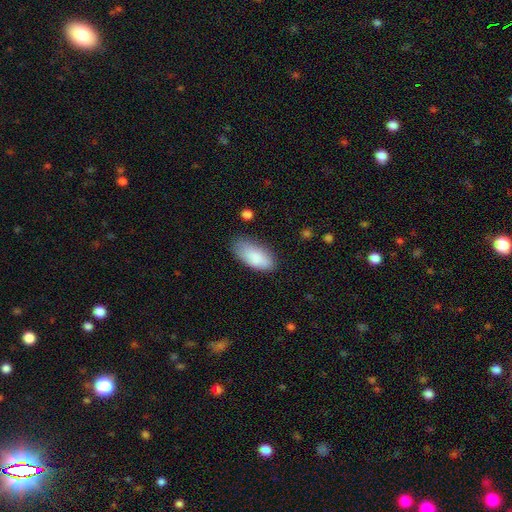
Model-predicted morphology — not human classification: smooth_or_featured: smooth (p=0.87) [alt: featured or disk p=0.07]
how_rounded: in between (p=0.92) [alt: cigar-shaped p=0.06]
merging: none (p=0.72) [alt: minor disturbance p=0.21]